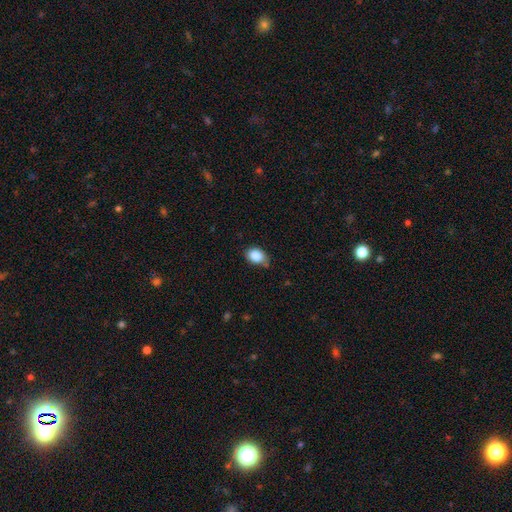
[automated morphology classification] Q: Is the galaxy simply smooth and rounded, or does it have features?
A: smooth — 86%.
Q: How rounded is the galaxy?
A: in between — 72%.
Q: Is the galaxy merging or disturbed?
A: none — 65%.